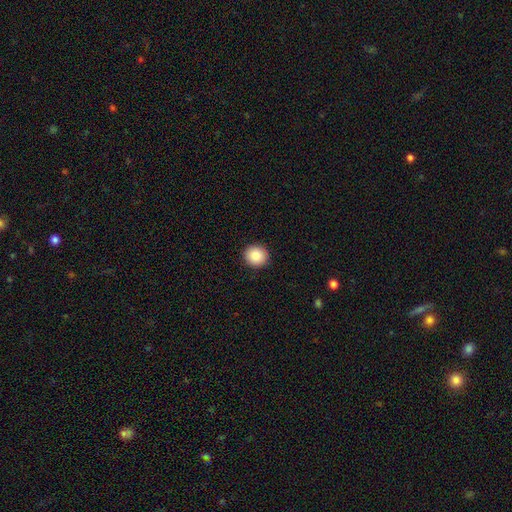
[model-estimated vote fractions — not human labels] smooth 88%, star or artifact 8%, featured or disk 4%. Down the decision tree: how rounded — round (87%); merging — none (92%).